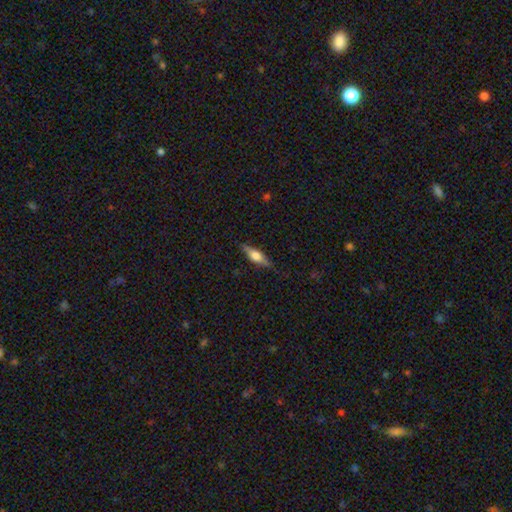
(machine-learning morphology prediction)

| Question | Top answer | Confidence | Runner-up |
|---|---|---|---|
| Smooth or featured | featured or disk | 56% | smooth (37%) |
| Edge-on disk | yes | 96% | no (4%) |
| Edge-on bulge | rounded | 90% | boxy (8%) |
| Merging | none | 85% | minor disturbance (11%) |